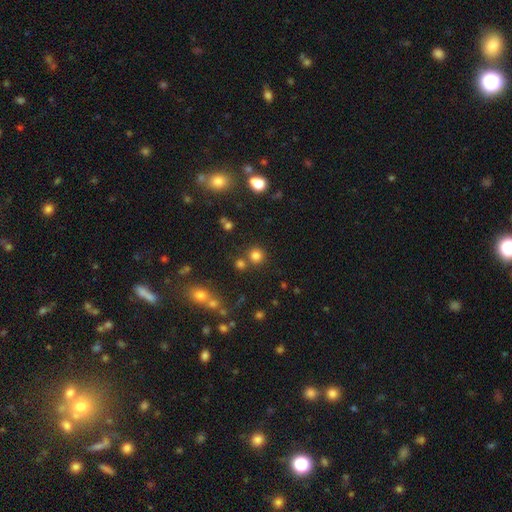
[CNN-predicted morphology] Q: Smooth or featured?
A: smooth (76%); runner-up: star or artifact (18%)
Q: How rounded?
A: round (92%); runner-up: in between (7%)
Q: Merging?
A: none (77%); runner-up: merger (13%)